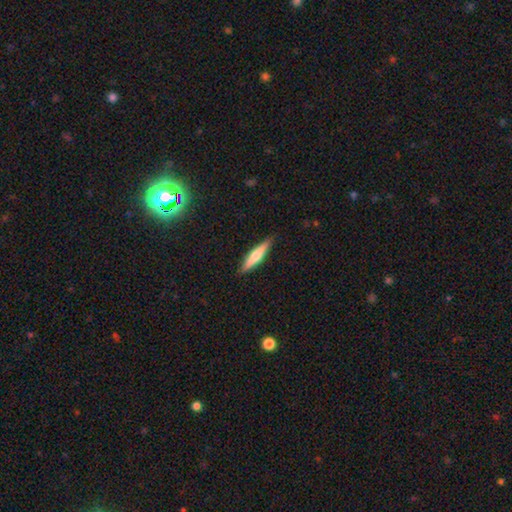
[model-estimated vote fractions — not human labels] Smooth or featured? Predicted: smooth (p=0.53). How rounded? Predicted: cigar-shaped (p=0.86). Merging? Predicted: none (p=0.89).